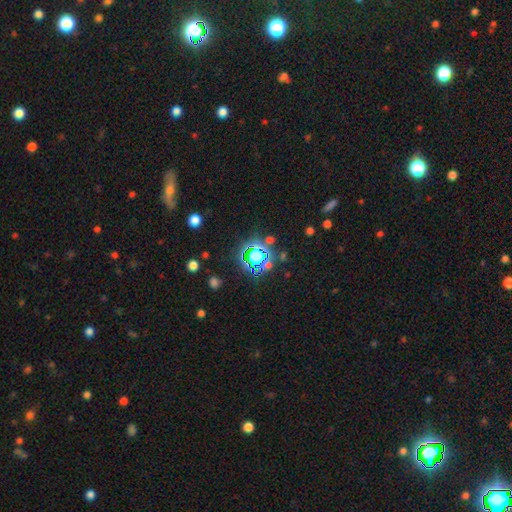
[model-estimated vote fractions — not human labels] This appears to be a star or artifact, not a galaxy (60%).